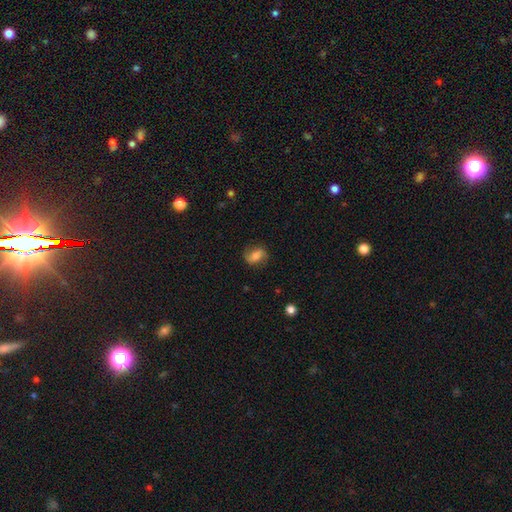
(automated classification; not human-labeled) smooth_or_featured: featured or disk (p=0.53) [alt: smooth p=0.38]
disk_edge_on: no (p=0.96) [alt: yes p=0.04]
bar: weak (p=0.38) [alt: no p=0.35]
has_spiral_arms: yes (p=0.88) [alt: no p=0.12]
bulge_size: moderate (p=0.47) [alt: small p=0.26]
merging: none (p=0.79) [alt: minor disturbance p=0.15]